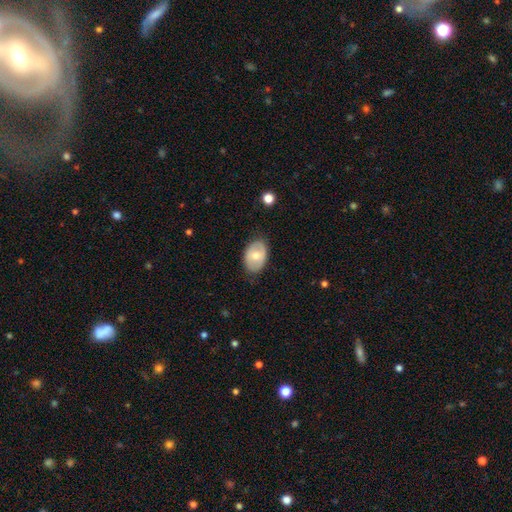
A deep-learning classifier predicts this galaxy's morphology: Smooth or featured?
  - smooth: 61% *
  - featured or disk: 33%
  - star or artifact: 6%
How rounded?
  - in between: 85% *
  - round: 14%
  - cigar-shaped: 1%
Merging?
  - none: 81% *
  - minor disturbance: 15%
  - major disturbance: 3%
  - merger: 1%